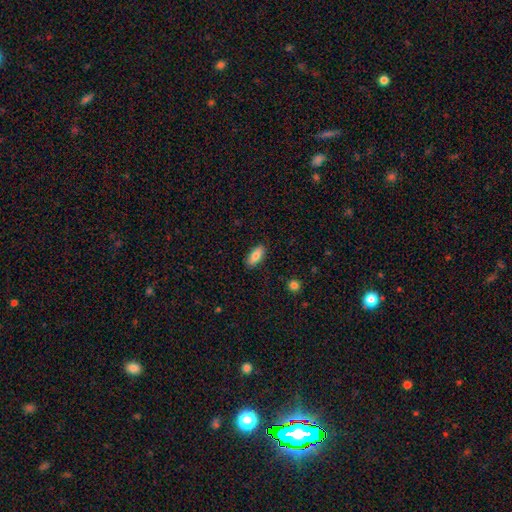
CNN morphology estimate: Smooth or featured? smooth (79%)
How rounded? in between (80%)
Merging? none (87%)